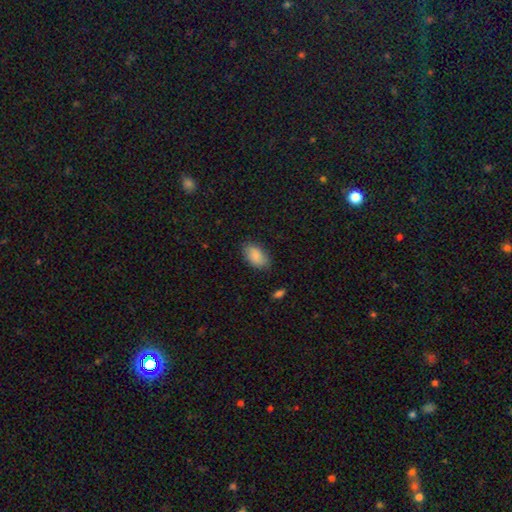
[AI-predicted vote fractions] A smooth galaxy with no disk features (85%) that is in between round and cigar-shaped (93%). Merging: none (82%).